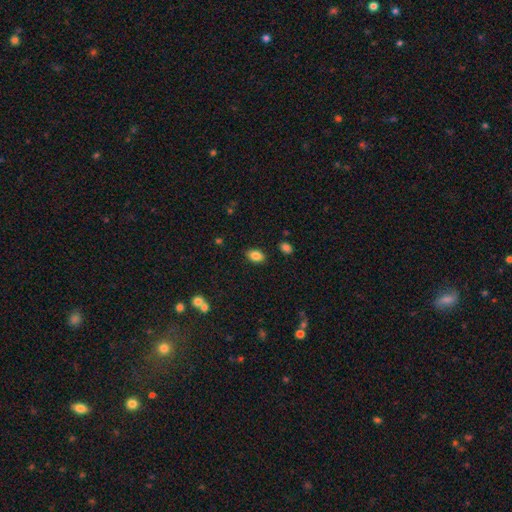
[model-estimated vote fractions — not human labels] smooth 86%, star or artifact 9%, featured or disk 5%. Down the decision tree: how rounded — in between (85%); merging — none (86%).